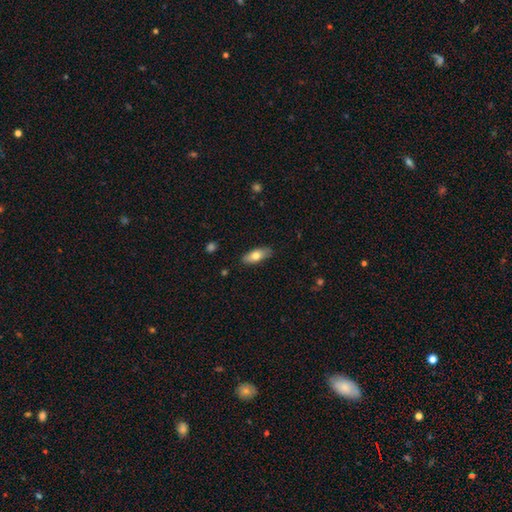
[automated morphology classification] A smooth galaxy with no disk features (72%) that is in between round and cigar-shaped (77%). Merging: none (87%).